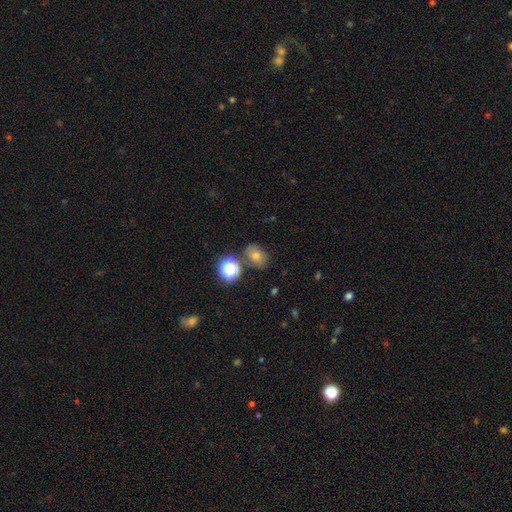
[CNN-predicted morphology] smooth_or_featured: smooth (p=0.56) [alt: star or artifact p=0.29]
how_rounded: in between (p=0.54) [alt: round p=0.45]
merging: none (p=0.78) [alt: minor disturbance p=0.11]